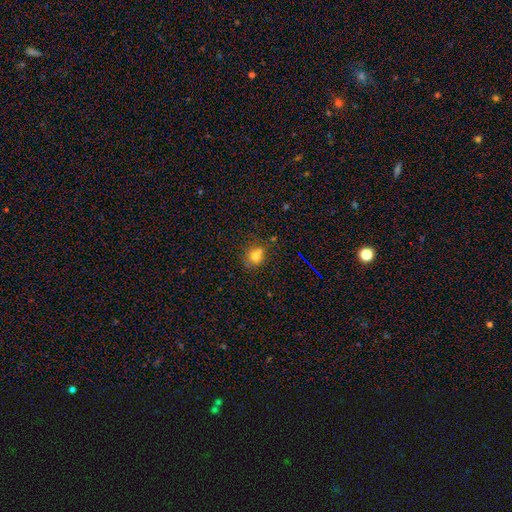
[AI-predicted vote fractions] smooth_or_featured: smooth (p=0.73) [alt: star or artifact p=0.15]
how_rounded: round (p=0.76) [alt: in between p=0.23]
merging: none (p=0.59) [alt: merger p=0.22]